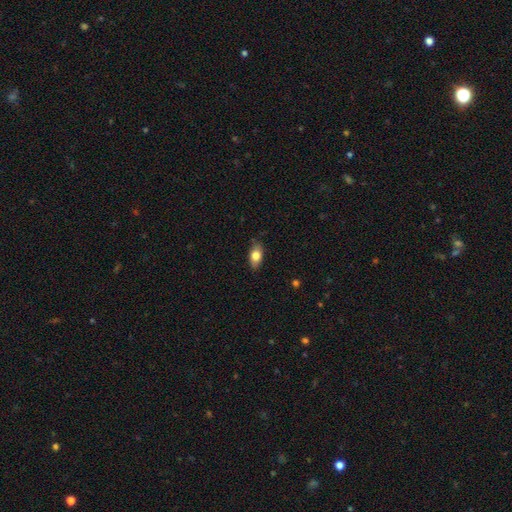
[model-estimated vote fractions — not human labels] Smooth or featured?
  - smooth: 78% *
  - featured or disk: 14%
  - star or artifact: 7%
How rounded?
  - in between: 86% *
  - round: 7%
  - cigar-shaped: 6%
Merging?
  - none: 82% *
  - minor disturbance: 15%
  - major disturbance: 2%
  - merger: 1%